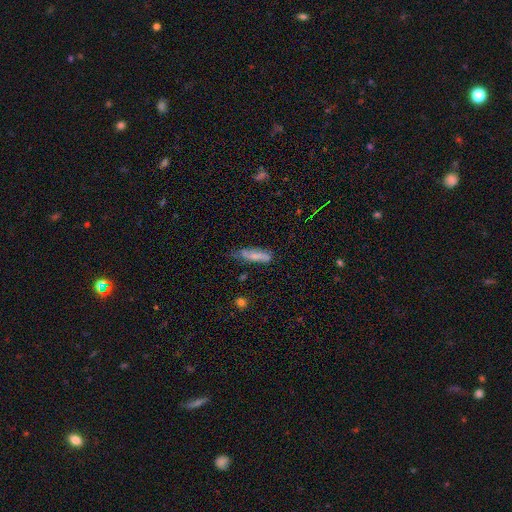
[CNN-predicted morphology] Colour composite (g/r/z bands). It shows a smooth galaxy with no disk features (62%) that is cigar-shaped (67%). Merging: none (56%).